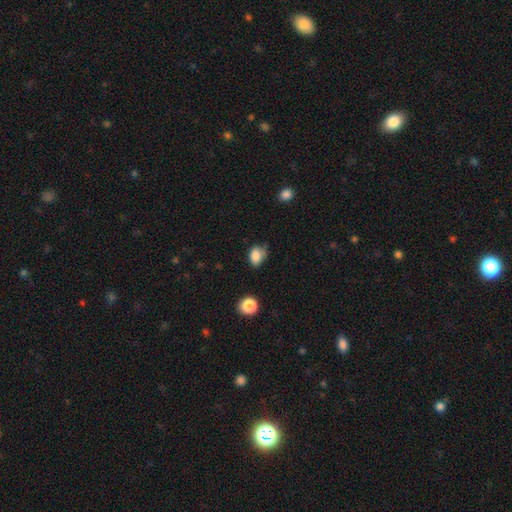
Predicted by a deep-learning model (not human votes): Morphology: type=smooth (84%); roundness=in between (69%); merging=none (49%).